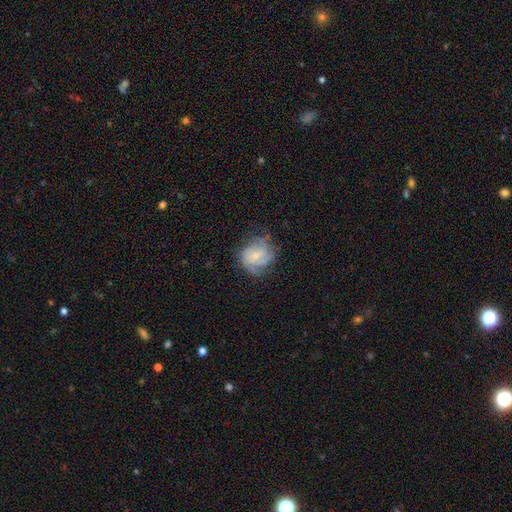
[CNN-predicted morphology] featured or disk 64%, smooth 28%, star or artifact 8%. Down the decision tree: edge-on disk — no (98%); bar — no (55%); spiral arms — yes (87%); spiral arm count — can't tell (39%); spiral winding — tight (52%); bulge size — small (61%); merging — none (60%).